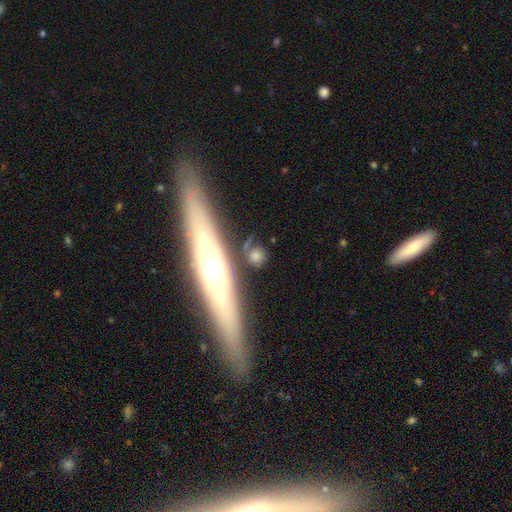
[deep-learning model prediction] Smooth or featured: smooth — 66% (featured or disk — 25%)
How rounded: round — 65% (in between — 21%)
Merging: none — 77% (minor disturbance — 11%)